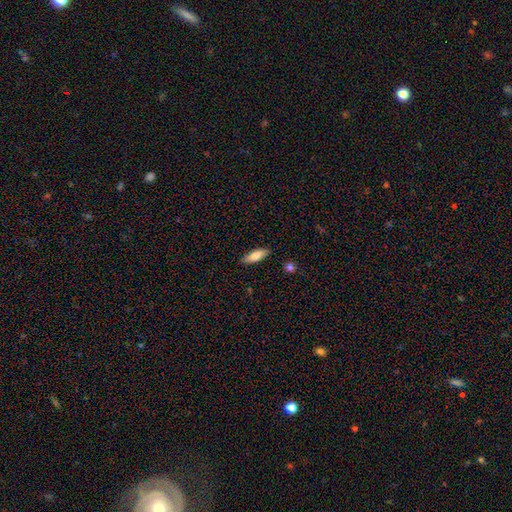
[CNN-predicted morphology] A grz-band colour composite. It shows a smooth galaxy with no disk features (78%) that is in between round and cigar-shaped (58%). Merging: none (88%).